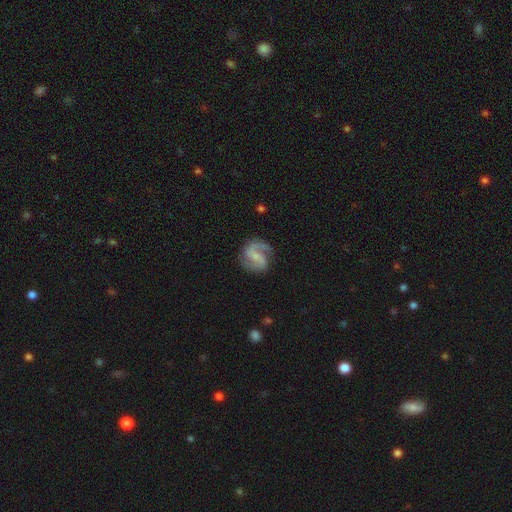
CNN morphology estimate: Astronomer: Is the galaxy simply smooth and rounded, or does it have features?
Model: featured or disk — 83%.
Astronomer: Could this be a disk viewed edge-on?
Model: no — 98%.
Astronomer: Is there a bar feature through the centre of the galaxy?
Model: weak — 47% (runner-up: no, 35%).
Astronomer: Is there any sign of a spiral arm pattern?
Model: yes — 96%.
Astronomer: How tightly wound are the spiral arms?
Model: medium — 52% (runner-up: loose, 29%).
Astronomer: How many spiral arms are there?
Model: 2 — 83%.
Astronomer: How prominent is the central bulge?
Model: small — 56%.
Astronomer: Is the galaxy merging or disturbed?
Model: none — 71%.